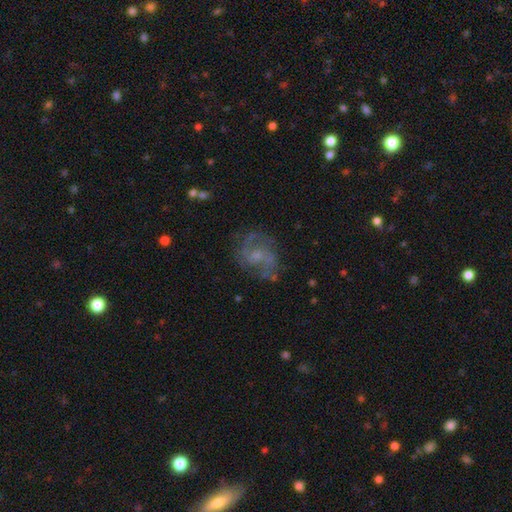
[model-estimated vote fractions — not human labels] Morphology: type=featured or disk (74%); edge-on=no (97%); bar=no (50%); spiral arms=yes (89%); winding=medium (51%); arm count=2 (71%); bulge=small (53%); merging=none (69%).